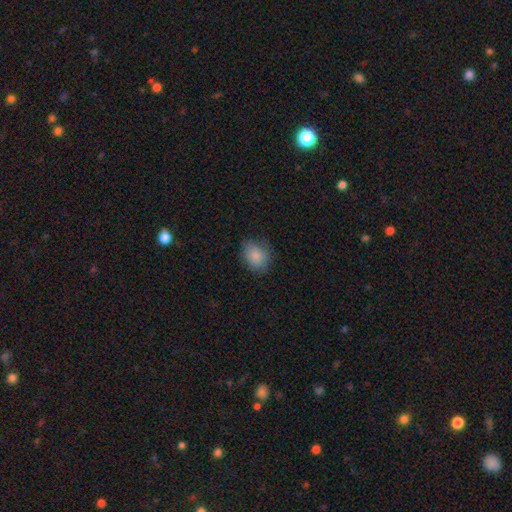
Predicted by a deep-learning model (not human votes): smooth-or-featured: smooth: 85% | star or artifact: 8% | featured or disk: 7%
  how-rounded: in between: 51% | round: 48% | cigar-shaped: 1%
  merging: none: 78% | minor disturbance: 17% | major disturbance: 4% | merger: 1%